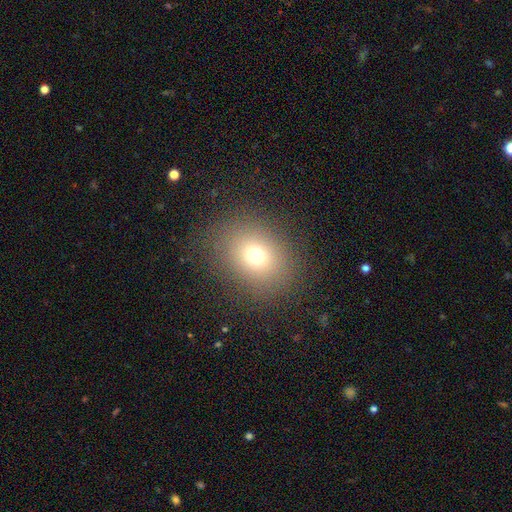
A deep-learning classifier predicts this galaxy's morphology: Overall: smooth (70%). How rounded: round (60%; in between 39%). Merging: none (84%).